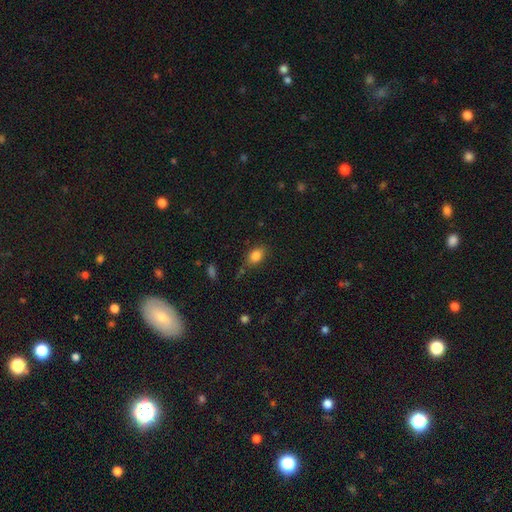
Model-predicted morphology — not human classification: The model was most divided on "merging": none: 75%, minor disturbance: 17%, major disturbance: 5%, merger: 4%. More confident: smooth or featured — smooth (84%); how rounded — in between (81%).